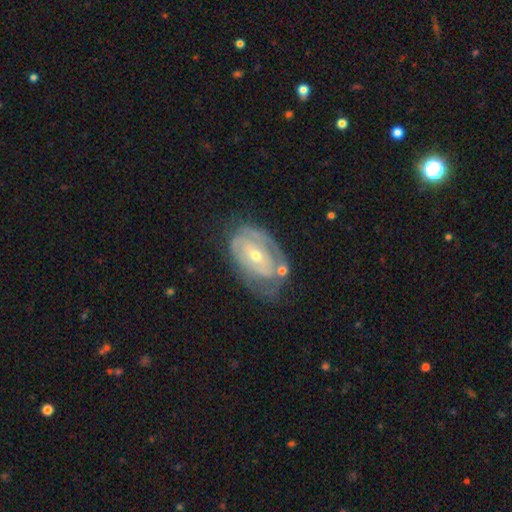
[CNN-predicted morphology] This appears to be a featured or disk galaxy (76%) with no bar (60%), tight (67%) spiral arms (72%) and a small central bulge (52%). Merging: none (46%).